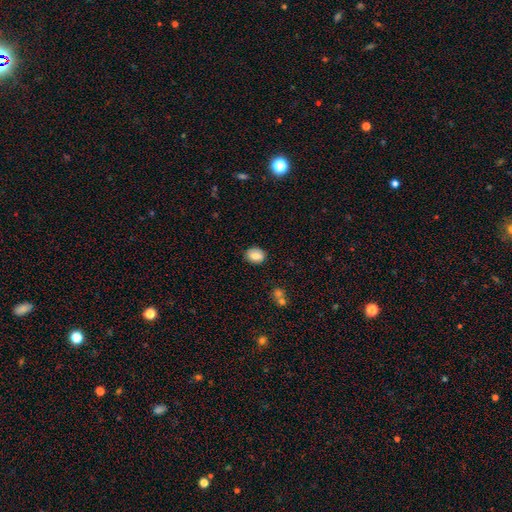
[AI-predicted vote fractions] This is clearly a smooth galaxy (80%). How rounded: possibly in between (58%). Merging: clearly none (85%).